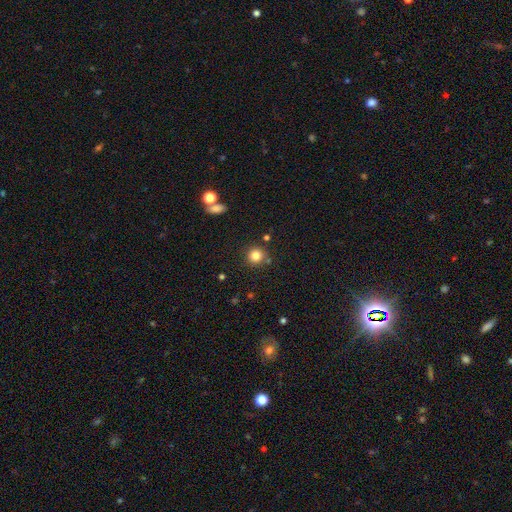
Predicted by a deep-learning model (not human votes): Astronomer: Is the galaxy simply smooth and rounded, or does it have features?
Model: smooth — 83%.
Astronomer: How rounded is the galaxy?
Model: round — 92%.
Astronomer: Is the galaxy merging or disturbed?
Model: none — 83%.